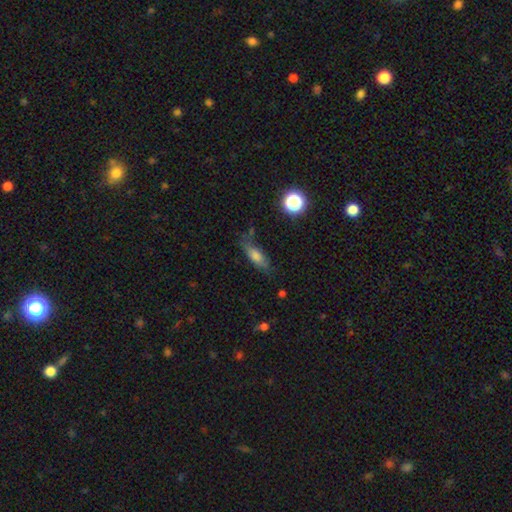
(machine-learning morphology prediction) A smooth galaxy with no disk features (68%) that is in between round and cigar-shaped (56%).

Vote fractions:
- Smooth or featured? smooth: 68% / featured or disk: 21% / star or artifact: 11%
- How rounded? in between: 56% / cigar-shaped: 40% / round: 5%
- Merging? none: 65% / minor disturbance: 24% / major disturbance: 8% / merger: 4%